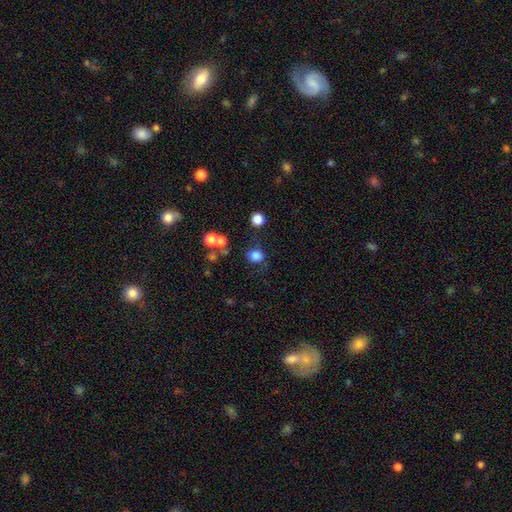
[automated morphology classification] Overall: smooth (80%). How rounded: round (66%; in between 33%). Merging: none (69%).